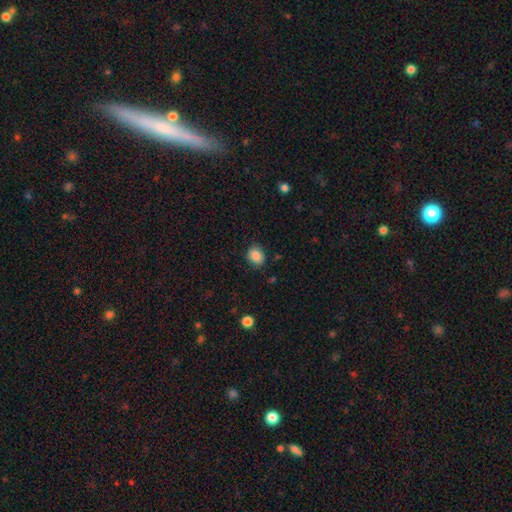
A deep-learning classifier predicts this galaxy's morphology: Overall: smooth (87%). How rounded: in between (51%; round 48%). Merging: none (83%).